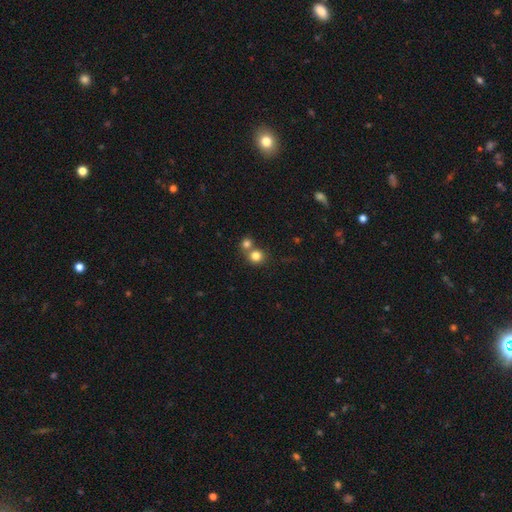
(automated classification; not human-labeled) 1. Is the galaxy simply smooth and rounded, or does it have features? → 80% smooth, 12% star or artifact, 8% featured or disk.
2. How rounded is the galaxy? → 86% round, 13% in between, 1% cigar-shaped.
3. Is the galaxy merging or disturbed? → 49% none, 42% merger, 6% minor disturbance, 3% major disturbance.